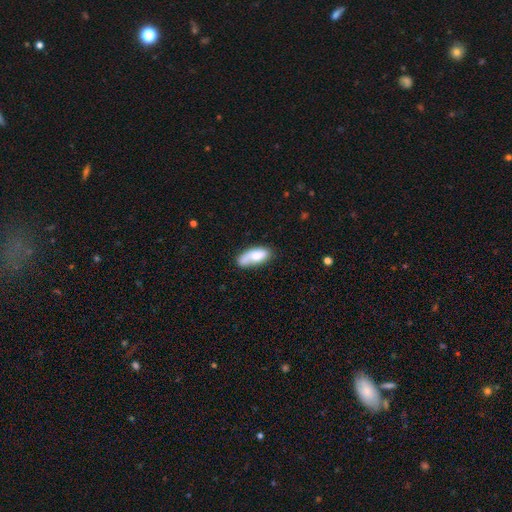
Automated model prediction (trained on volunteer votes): This is likely a smooth galaxy (72%). How rounded: clearly in between (86%). Merging: possibly none (51%).